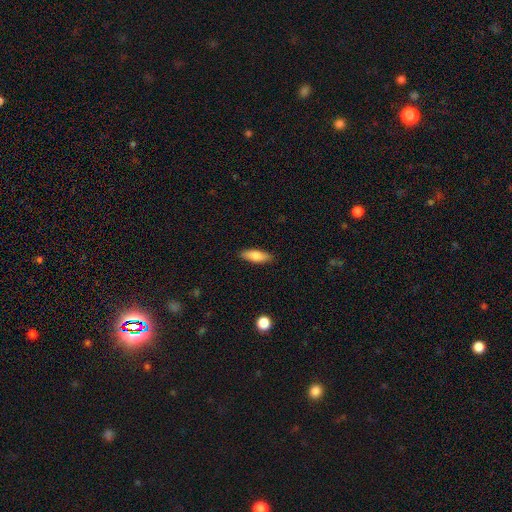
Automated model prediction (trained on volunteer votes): Smooth or featured: smooth — 80% (featured or disk — 14%)
How rounded: in between — 63% (cigar-shaped — 35%)
Merging: none — 87% (minor disturbance — 10%)